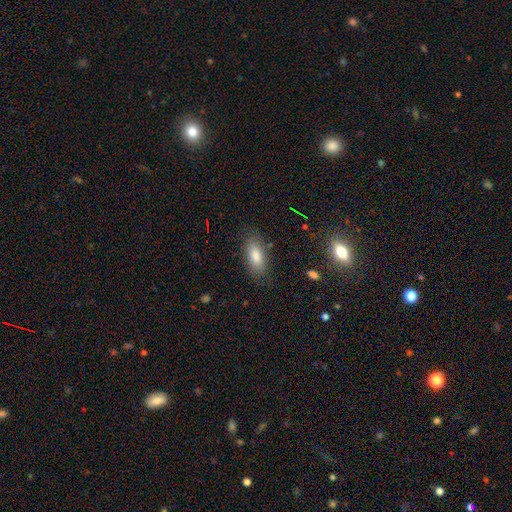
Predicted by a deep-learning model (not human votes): Smooth or featured: smooth — 80% (featured or disk — 11%)
How rounded: in between — 83% (cigar-shaped — 14%)
Merging: none — 82% (minor disturbance — 13%)